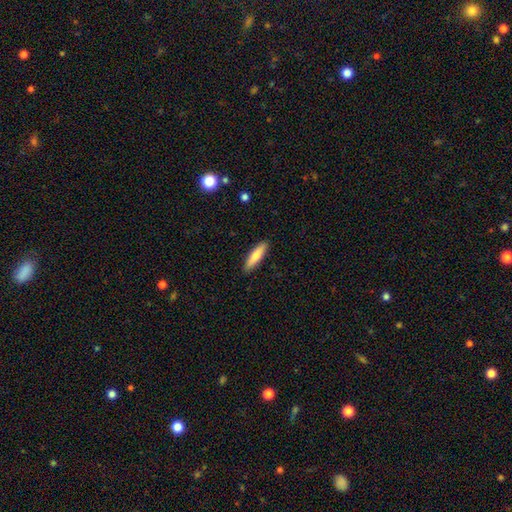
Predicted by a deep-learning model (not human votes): Smooth or featured? Predicted: smooth (p=0.77). How rounded? Predicted: cigar-shaped (p=0.73). Merging? Predicted: none (p=0.90).